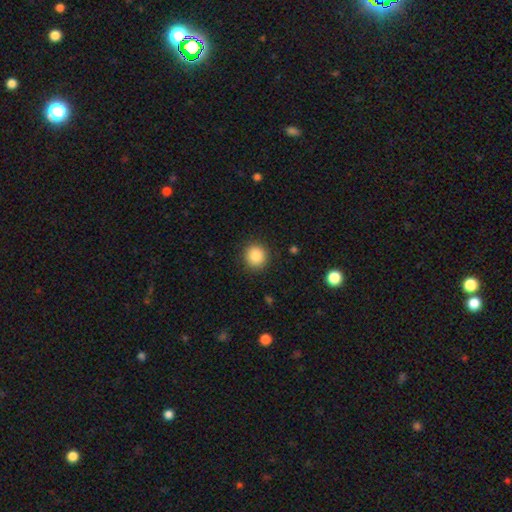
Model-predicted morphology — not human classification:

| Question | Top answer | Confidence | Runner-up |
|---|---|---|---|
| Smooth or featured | smooth | 87% | star or artifact (9%) |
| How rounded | round | 92% | in between (7%) |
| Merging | none | 90% | minor disturbance (6%) |